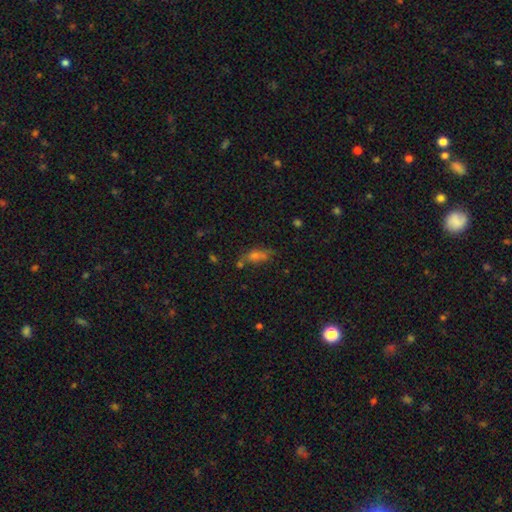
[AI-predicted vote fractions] Morphology: type=smooth (53%); roundness=in between (61%); merging=none (62%).